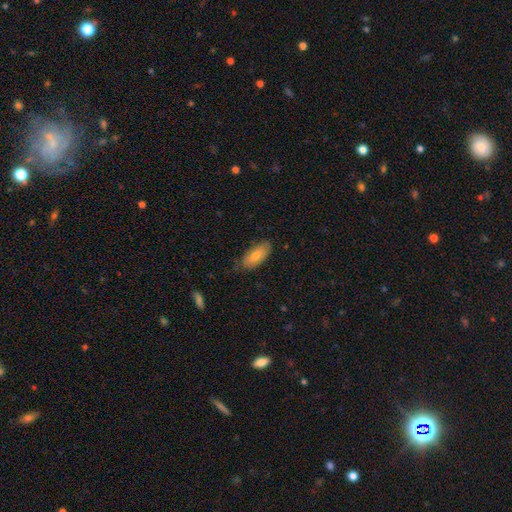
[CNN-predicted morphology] type=smooth (76%); roundness=in between (85%); merging=none (78%).